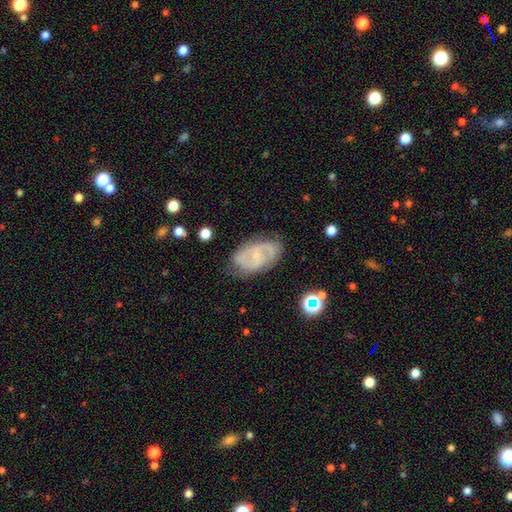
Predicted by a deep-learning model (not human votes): Q: Smooth or featured?
A: featured or disk (74%); runner-up: smooth (19%)
Q: Edge-on disk?
A: no (96%); runner-up: yes (4%)
Q: Bar?
A: weak (46%); runner-up: no (43%)
Q: Spiral arms?
A: yes (91%); runner-up: no (9%)
Q: Spiral winding?
A: medium (48%); runner-up: tight (31%)
Q: Spiral arm count?
A: 2 (78%); runner-up: can't tell (13%)
Q: Bulge size?
A: small (69%); runner-up: moderate (16%)
Q: Merging?
A: none (74%); runner-up: minor disturbance (19%)